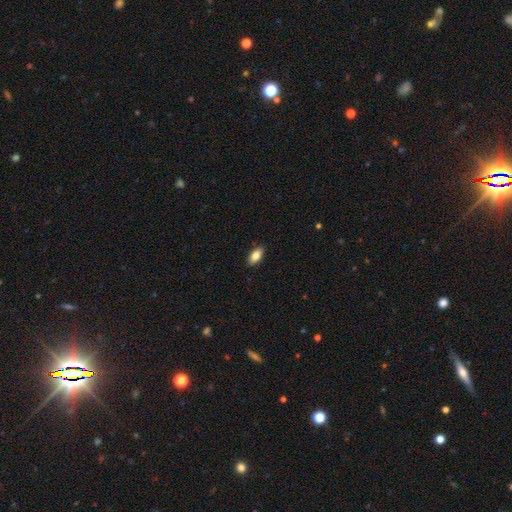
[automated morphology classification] type=smooth (82%); roundness=in between (90%); merging=none (89%).